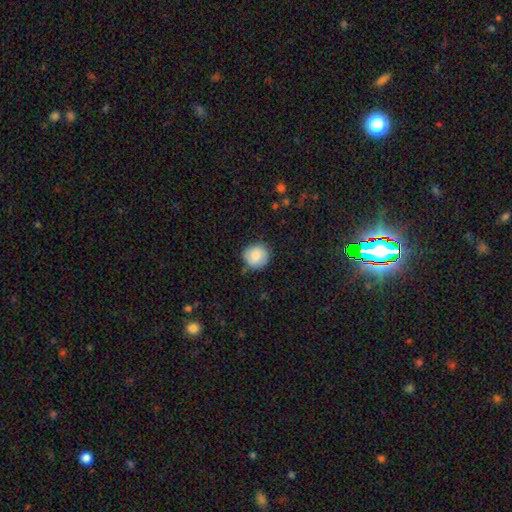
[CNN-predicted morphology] A smooth galaxy with no disk features (83%) that is round (88%).

Vote fractions:
- Smooth or featured? smooth: 83% / featured or disk: 10% / star or artifact: 7%
- How rounded? round: 88% / in between: 11% / cigar-shaped: 1%
- Merging? none: 81% / minor disturbance: 15% / major disturbance: 3% / merger: 2%